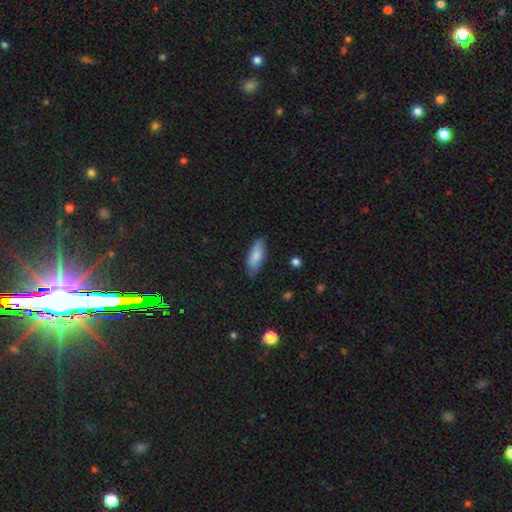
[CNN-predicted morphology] A smooth galaxy with no disk features (81%) that is in between round and cigar-shaped (70%).

Vote fractions:
- Smooth or featured? smooth: 81% / featured or disk: 13% / star or artifact: 6%
- How rounded? in between: 70% / cigar-shaped: 28% / round: 2%
- Merging? none: 73% / minor disturbance: 22% / major disturbance: 4% / merger: 1%